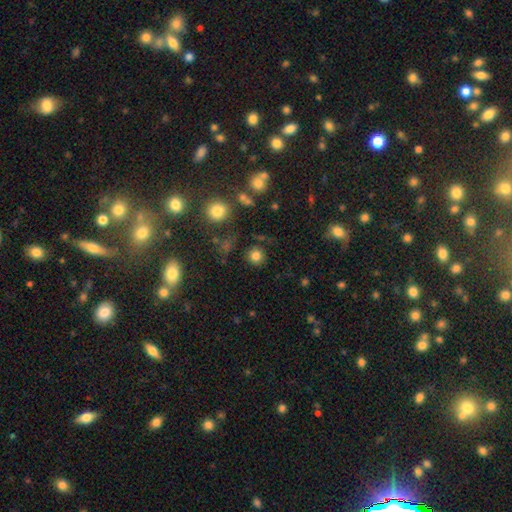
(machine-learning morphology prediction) Smooth or featured?
  - smooth: 79% *
  - star or artifact: 15%
  - featured or disk: 6%
How rounded?
  - round: 92% *
  - in between: 7%
  - cigar-shaped: 1%
Merging?
  - none: 85% *
  - minor disturbance: 8%
  - major disturbance: 3%
  - merger: 3%